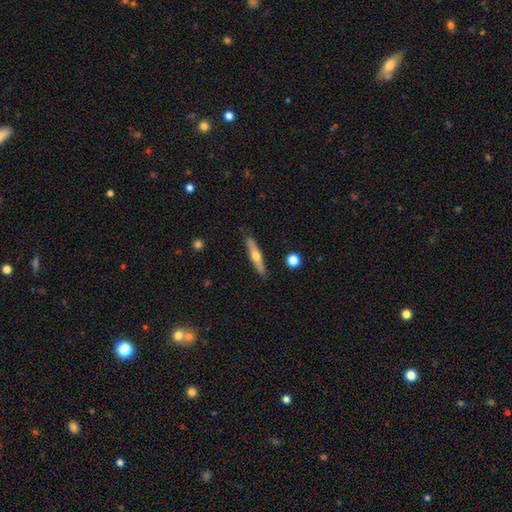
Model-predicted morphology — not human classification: Smooth or featured: featured or disk — 53% (smooth — 41%)
Edge-on disk: yes — 91% (no — 9%)
Merging: none — 87% (minor disturbance — 10%)